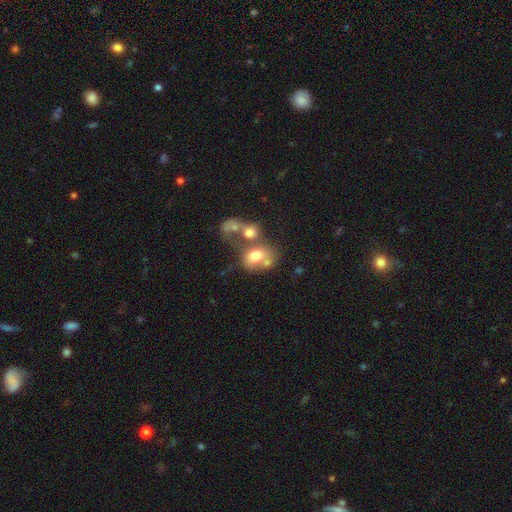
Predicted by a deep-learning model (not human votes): A smooth galaxy with no disk features (63%) that is in between round and cigar-shaped (62%). Merging: merger (59%).